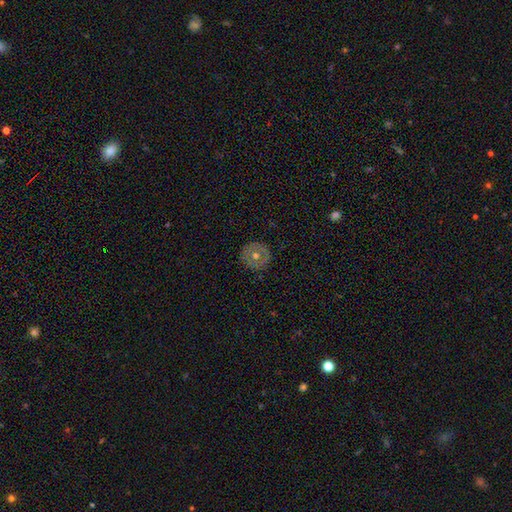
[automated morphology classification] Overall: smooth (50%; featured or disk 42%). Merging: none (88%).